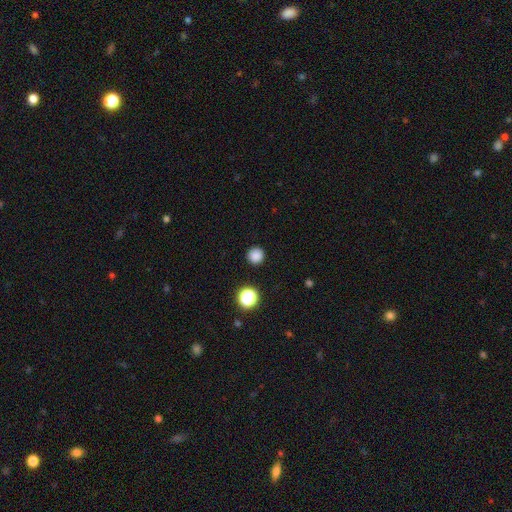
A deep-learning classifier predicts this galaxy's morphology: smooth-or-featured: smooth: 84% | star or artifact: 13% | featured or disk: 3%
  how-rounded: round: 95% | in between: 4% | cigar-shaped: 1%
  merging: none: 91% | minor disturbance: 5% | major disturbance: 2% | merger: 1%